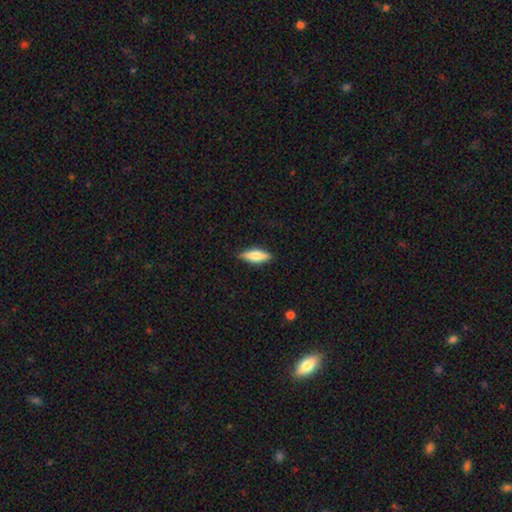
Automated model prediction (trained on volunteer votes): A smooth galaxy with no disk features (65%) that is in between round and cigar-shaped (50%). Merging: none (86%).